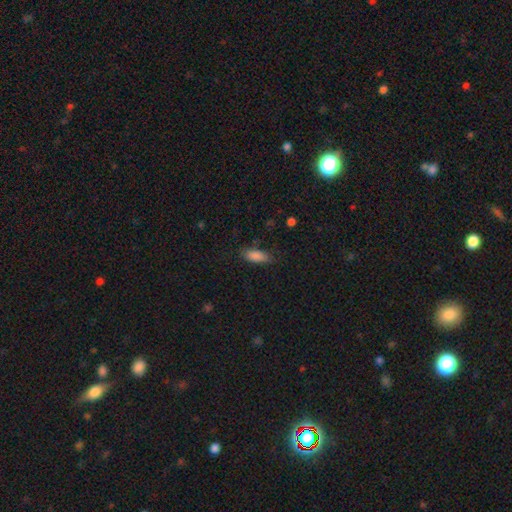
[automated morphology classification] This is clearly a smooth galaxy (85%). How rounded: likely in between (77%). Merging: likely none (75%).